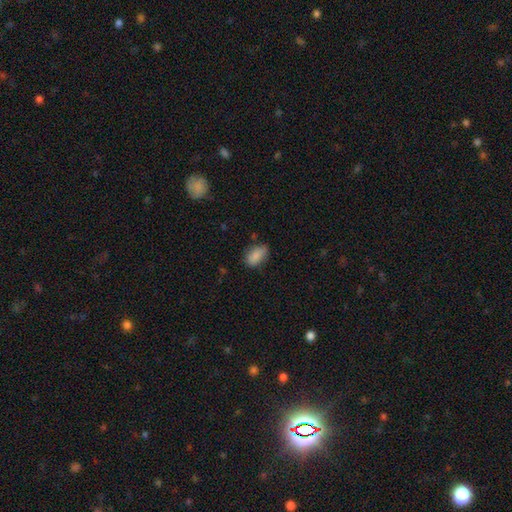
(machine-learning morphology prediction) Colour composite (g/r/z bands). It shows a smooth galaxy with no disk features (86%) that is in between round and cigar-shaped (90%). Merging: none (67%).